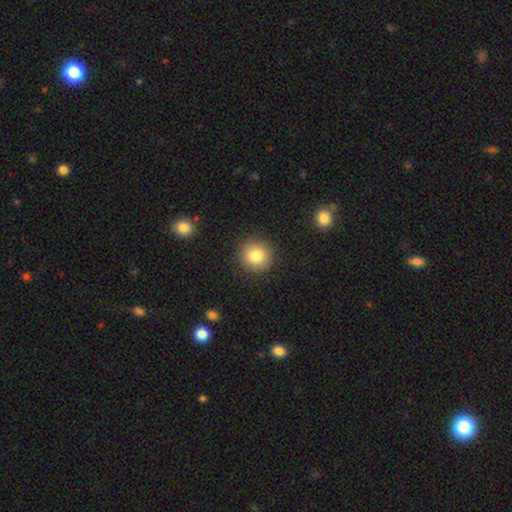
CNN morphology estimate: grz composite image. It shows a smooth galaxy with no disk features (83%) that is round (91%). Merging: none (90%).